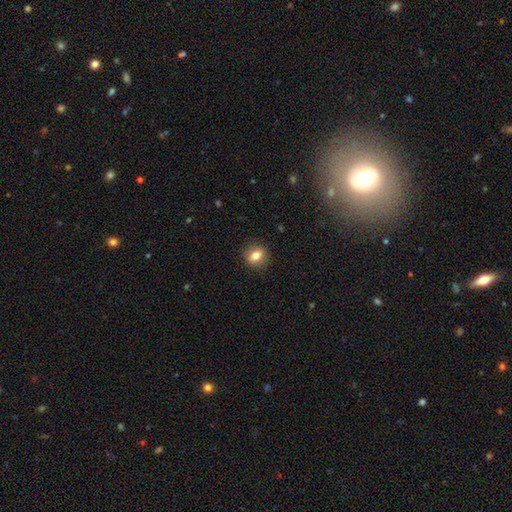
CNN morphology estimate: Smooth or featured? Predicted: smooth (p=0.79). How rounded? Predicted: round (p=0.68). Merging? Predicted: none (p=0.89).